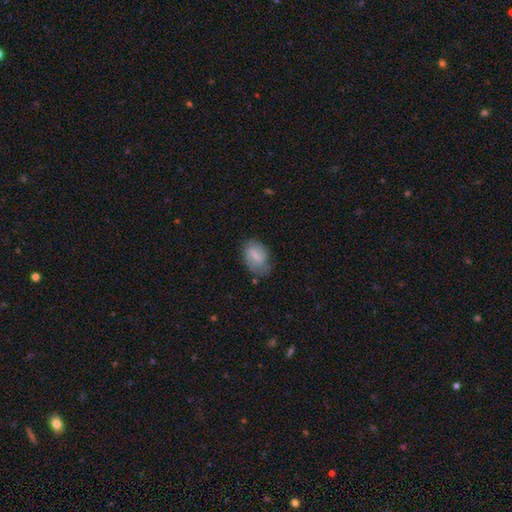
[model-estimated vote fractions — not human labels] This appears to be a smooth galaxy with no disk features (55%) that is in between round and cigar-shaped (81%). Merging: none (54%).